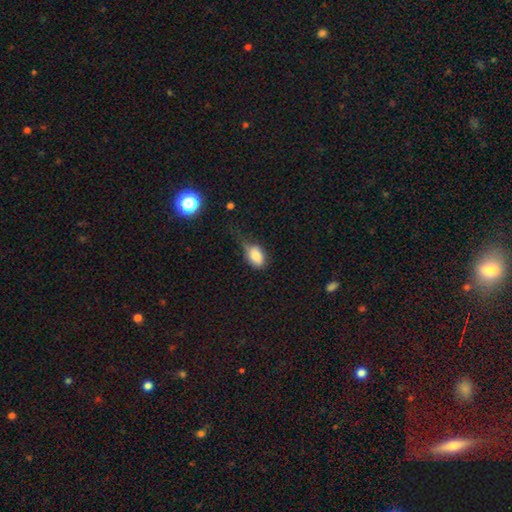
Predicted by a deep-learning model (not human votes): smooth-or-featured: smooth: 81% | featured or disk: 10% | star or artifact: 9%
  how-rounded: in between: 84% | round: 14% | cigar-shaped: 2%
  merging: minor disturbance: 40% | none: 32% | major disturbance: 26% | merger: 3%